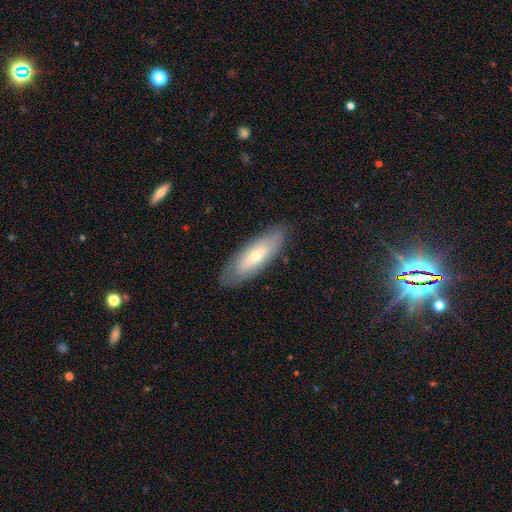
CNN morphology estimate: Smooth or featured: smooth — 55% (featured or disk — 39%)
How rounded: in between — 57% (cigar-shaped — 41%)
Merging: none — 85% (minor disturbance — 12%)